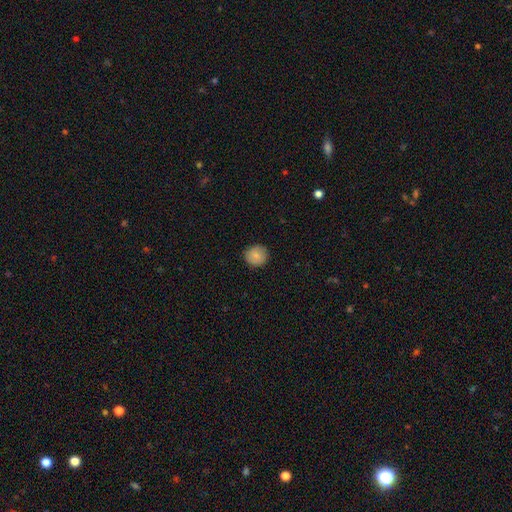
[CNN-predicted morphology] This is clearly a smooth galaxy (83%). How rounded: clearly round (91%). Merging: clearly none (88%).